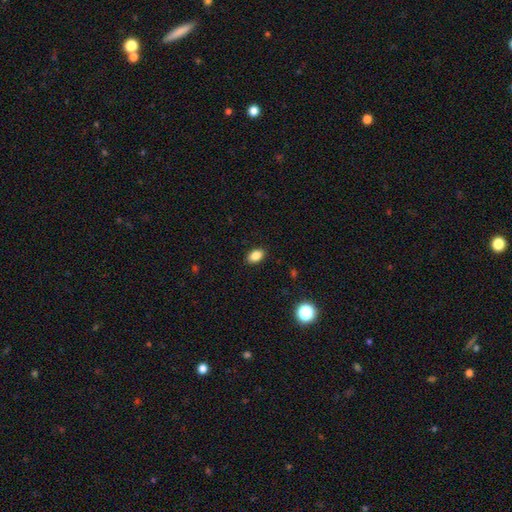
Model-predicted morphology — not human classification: smooth 86%, star or artifact 10%, featured or disk 5%. Down the decision tree: how rounded — in between (87%); merging — none (89%).